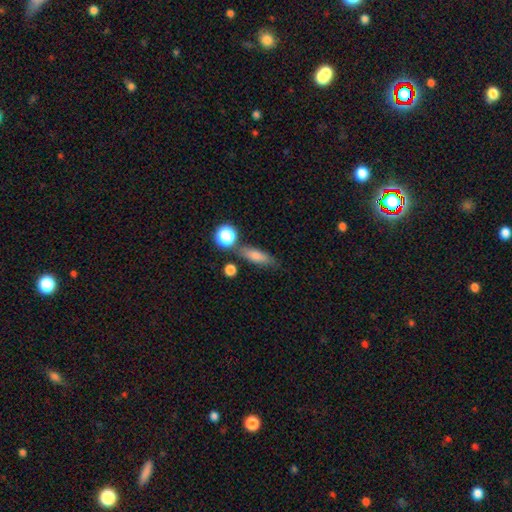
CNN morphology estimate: This is likely a smooth galaxy (77%). How rounded: possibly in between (51%). Merging: likely none (71%).